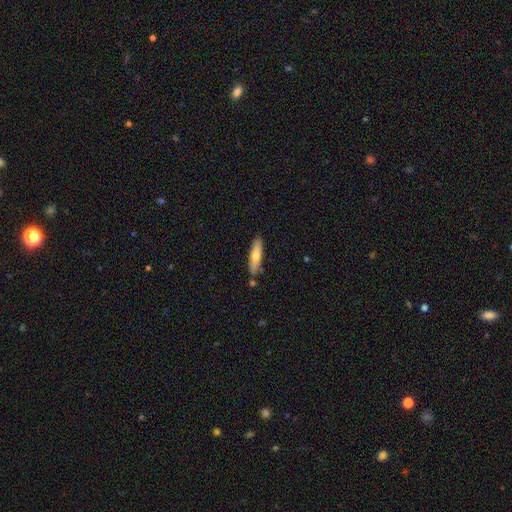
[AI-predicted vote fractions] Q: Smooth or featured?
A: smooth (64%); runner-up: featured or disk (30%)
Q: How rounded?
A: cigar-shaped (70%); runner-up: in between (28%)
Q: Merging?
A: none (82%); runner-up: minor disturbance (11%)